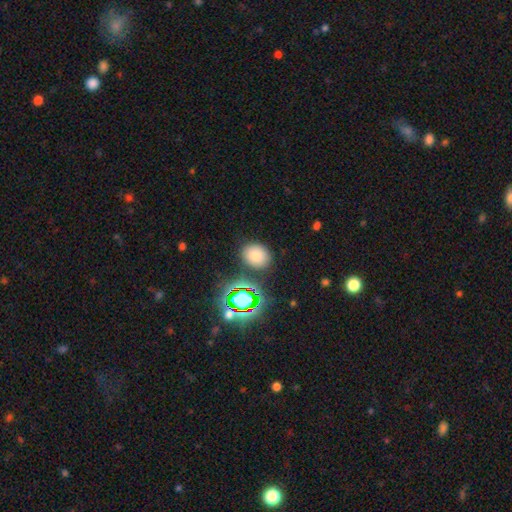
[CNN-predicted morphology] smooth 74%, star or artifact 18%, featured or disk 8%. Down the decision tree: how rounded — round (53%); merging — none (83%).